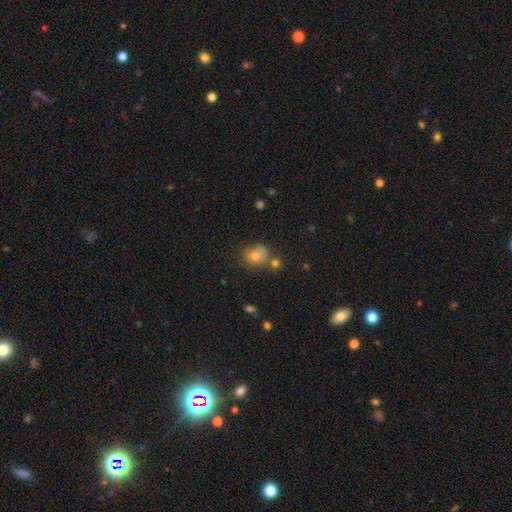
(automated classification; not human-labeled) Q: Smooth or featured?
A: smooth (70%); runner-up: star or artifact (16%)
Q: How rounded?
A: round (70%); runner-up: in between (29%)
Q: Merging?
A: none (62%); runner-up: minor disturbance (19%)